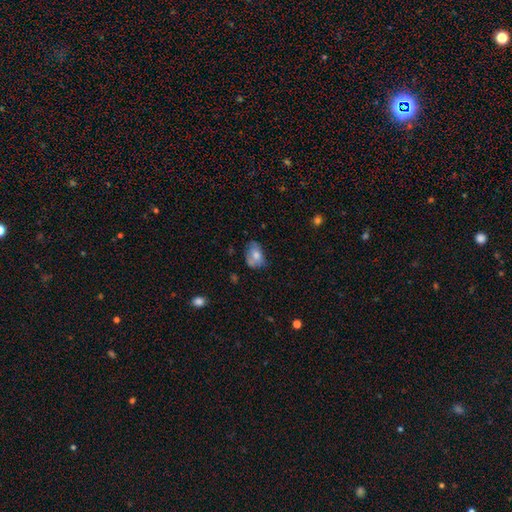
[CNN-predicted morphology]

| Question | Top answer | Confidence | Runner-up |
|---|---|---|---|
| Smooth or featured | smooth | 67% | featured or disk (24%) |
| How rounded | in between | 74% | round (25%) |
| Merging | none | 49% | minor disturbance (33%) |